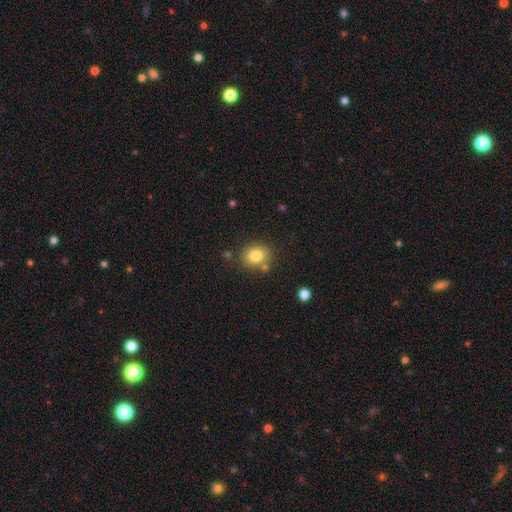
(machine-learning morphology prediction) A smooth galaxy with no disk features (81%) that is round (63%). Merging: none (77%).